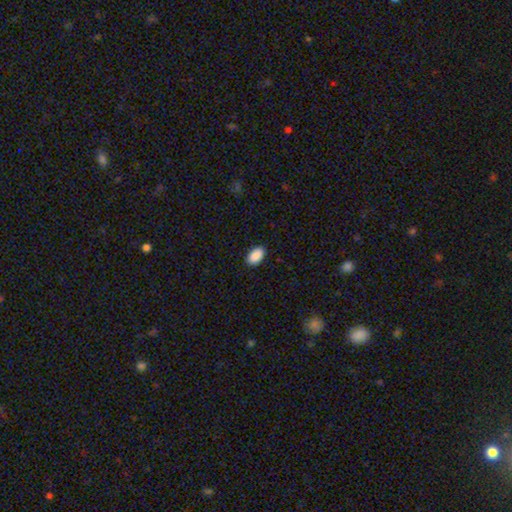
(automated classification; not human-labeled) smooth_or_featured: smooth (p=0.90) [alt: star or artifact p=0.07]
how_rounded: in between (p=0.94) [alt: round p=0.05]
merging: none (p=0.90) [alt: minor disturbance p=0.08]